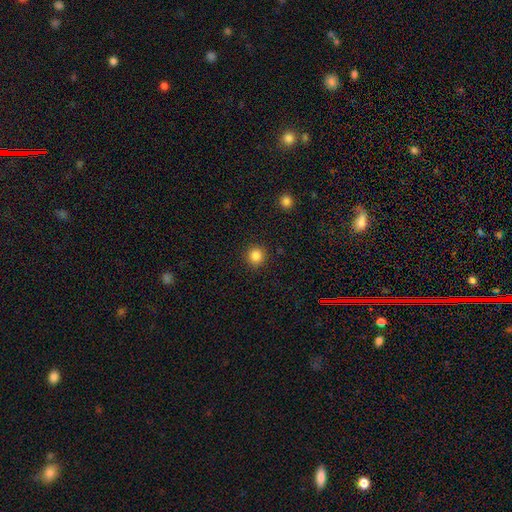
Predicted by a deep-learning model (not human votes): Smooth or featured: smooth — 85% (star or artifact — 11%)
How rounded: round — 93% (in between — 6%)
Merging: none — 91% (minor disturbance — 6%)